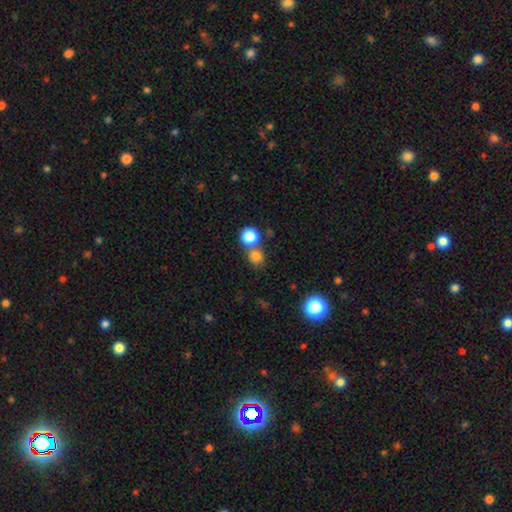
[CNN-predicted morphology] This appears to be a smooth galaxy with no disk features (78%) that is round (84%). Merging: none (55%).